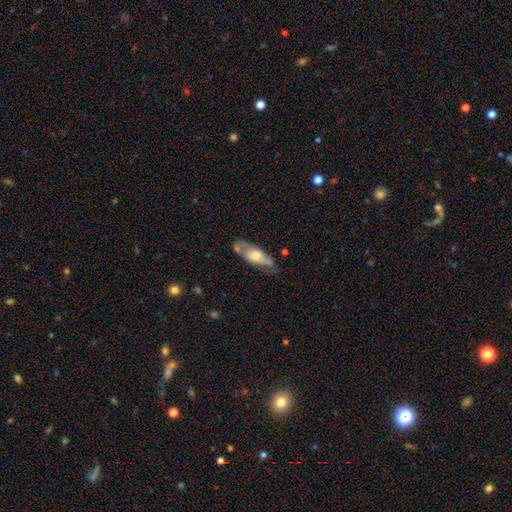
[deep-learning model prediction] Smooth or featured? smooth (52%)
How rounded? in between (66%)
Merging? none (51%)